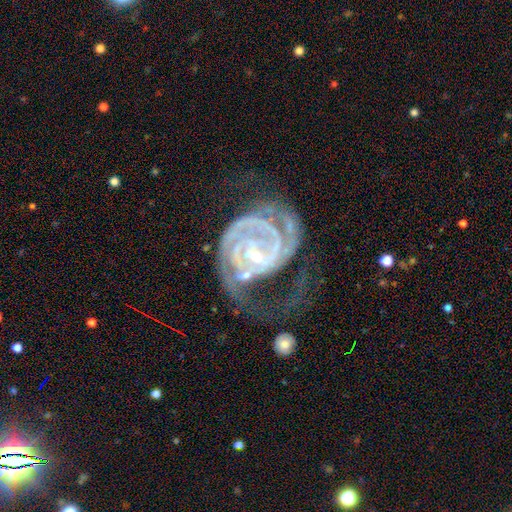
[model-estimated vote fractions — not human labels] Q: Smooth or featured?
A: featured or disk (90%); runner-up: star or artifact (5%)
Q: Edge-on disk?
A: no (98%); runner-up: yes (2%)
Q: Bar?
A: no (46%); runner-up: weak (36%)
Q: Spiral arms?
A: yes (96%); runner-up: no (4%)
Q: Spiral winding?
A: tight (64%); runner-up: medium (29%)
Q: Spiral arm count?
A: 2 (42%); runner-up: can't tell (19%)
Q: Bulge size?
A: small (79%); runner-up: moderate (16%)
Q: Merging?
A: major disturbance (41%); runner-up: none (28%)